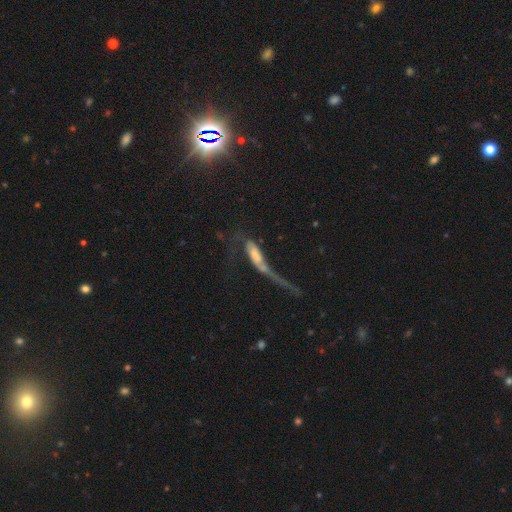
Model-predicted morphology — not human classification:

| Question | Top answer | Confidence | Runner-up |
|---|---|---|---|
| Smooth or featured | smooth | 46% | featured or disk (45%) |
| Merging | major disturbance | 49% | merger (22%) |